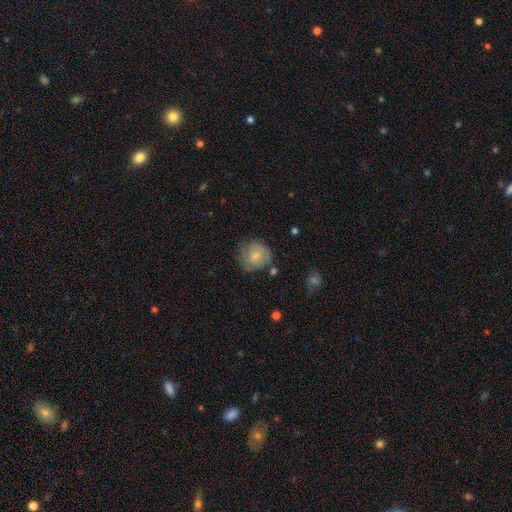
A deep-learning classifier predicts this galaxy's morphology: Overall: smooth (69%). How rounded: round (85%). Merging: none (65%).